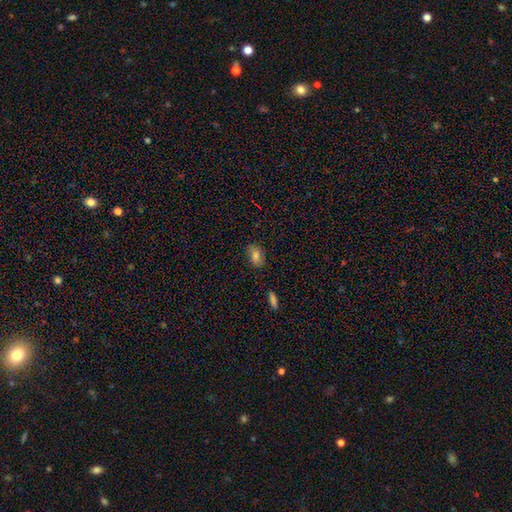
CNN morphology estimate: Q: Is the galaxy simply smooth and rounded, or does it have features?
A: smooth — 76%.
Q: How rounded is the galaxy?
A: in between — 86%.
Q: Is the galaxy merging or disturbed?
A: none — 80%.